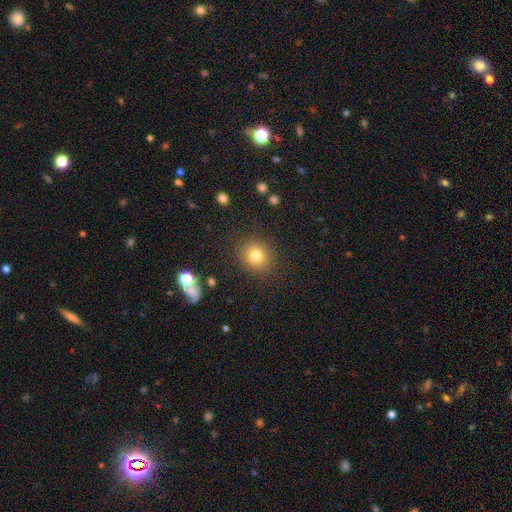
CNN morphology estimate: smooth 79%, star or artifact 13%, featured or disk 8%. Down the decision tree: how rounded — round (79%); merging — none (87%).